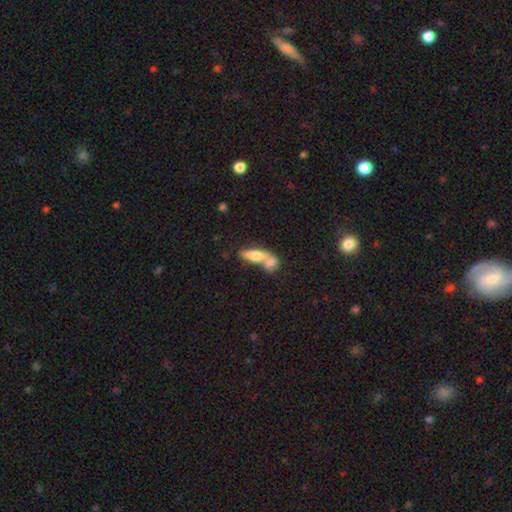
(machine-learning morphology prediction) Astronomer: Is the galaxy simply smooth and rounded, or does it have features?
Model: smooth — 67%.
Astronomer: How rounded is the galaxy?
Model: in between — 59% (runner-up: cigar-shaped, 37%).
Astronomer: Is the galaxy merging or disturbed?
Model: merger — 61%.